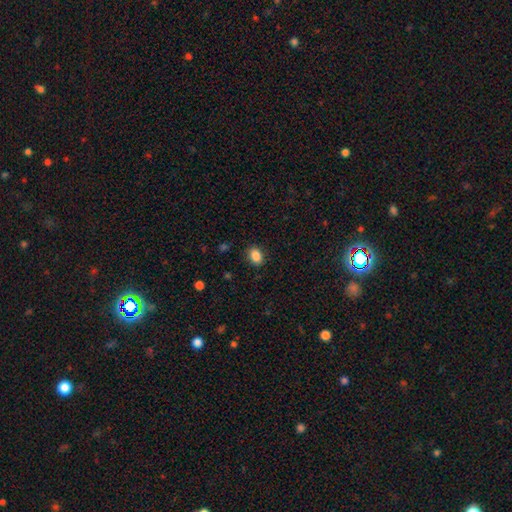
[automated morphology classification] Overall: smooth (88%). How rounded: in between (75%). Merging: none (86%).